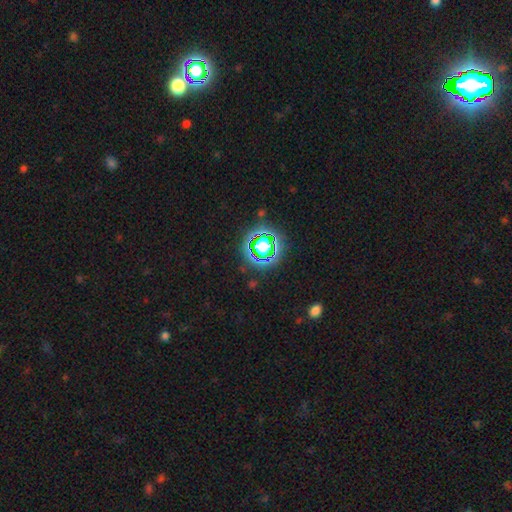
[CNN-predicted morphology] A star or artifact, not a galaxy (79%).

Vote fractions:
- Smooth or featured? star or artifact: 79% / smooth: 14% / featured or disk: 7%